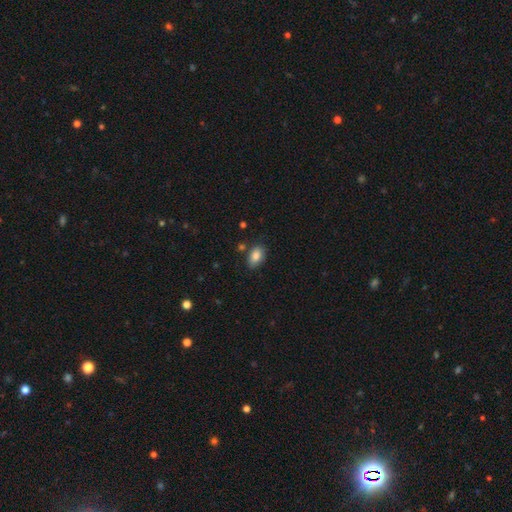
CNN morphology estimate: smooth_or_featured: smooth (p=0.86) [alt: star or artifact p=0.08]
how_rounded: in between (p=0.90) [alt: round p=0.08]
merging: none (p=0.78) [alt: minor disturbance p=0.15]